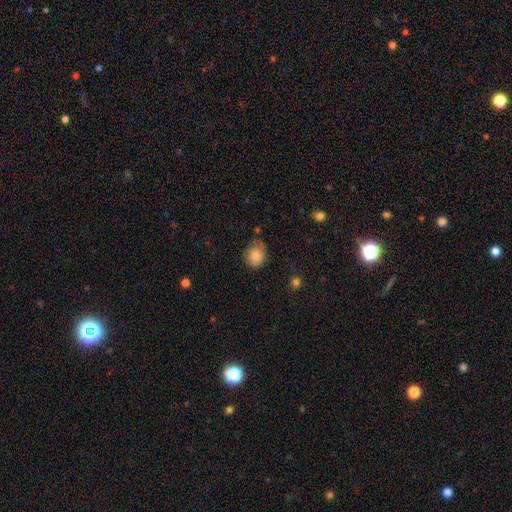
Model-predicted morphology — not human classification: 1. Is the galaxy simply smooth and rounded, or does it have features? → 79% smooth, 13% featured or disk, 9% star or artifact.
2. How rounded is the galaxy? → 70% round, 29% in between, 1% cigar-shaped.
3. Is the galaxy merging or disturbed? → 59% none, 30% minor disturbance, 8% major disturbance, 2% merger.